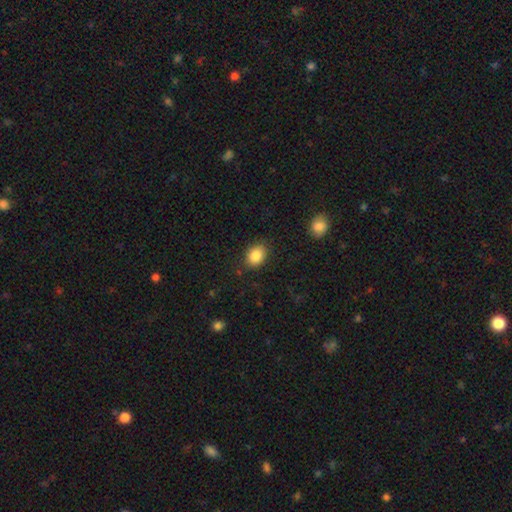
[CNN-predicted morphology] type=smooth (86%); roundness=in between (67%); merging=none (83%).